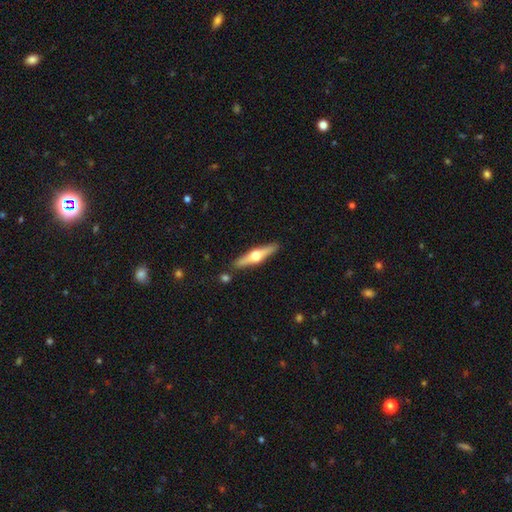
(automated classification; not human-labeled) This appears to be a featured or disk galaxy (67%) viewed edge-on (96%) with a rounded central bulge (96%). Merging: none (87%).